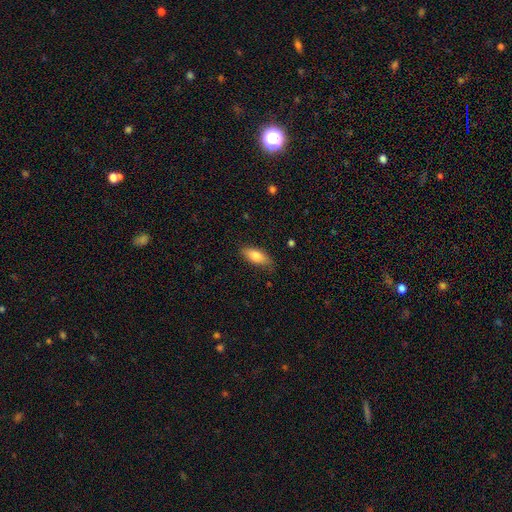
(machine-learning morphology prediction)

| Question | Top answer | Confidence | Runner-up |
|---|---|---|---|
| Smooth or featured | smooth | 82% | featured or disk (12%) |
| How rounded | in between | 81% | cigar-shaped (17%) |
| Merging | none | 81% | minor disturbance (15%) |